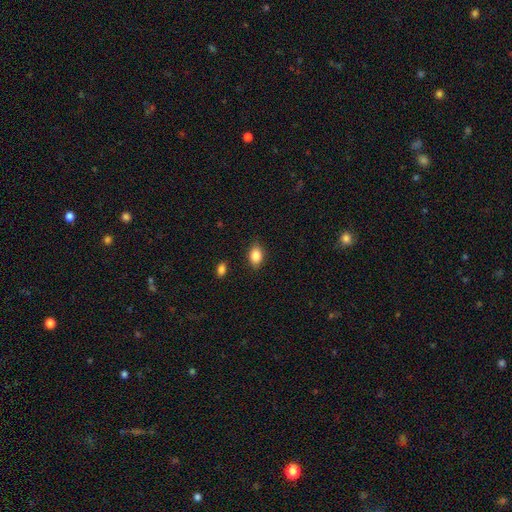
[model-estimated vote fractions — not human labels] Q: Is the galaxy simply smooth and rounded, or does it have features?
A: smooth — 85%.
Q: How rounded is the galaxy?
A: in between — 81%.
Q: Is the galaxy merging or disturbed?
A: none — 86%.